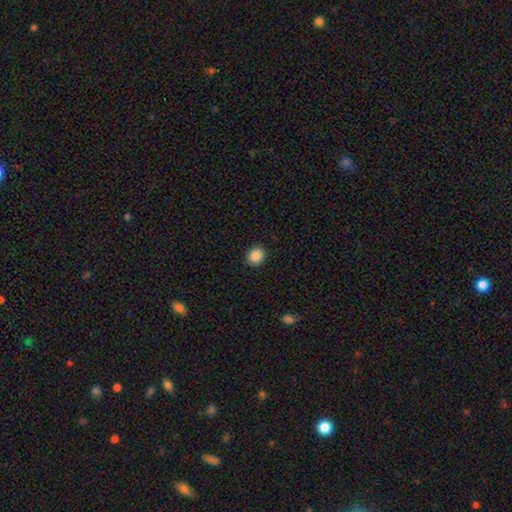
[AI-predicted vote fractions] This appears to be a smooth galaxy with no disk features (88%) that is round (71%). Merging: none (91%).